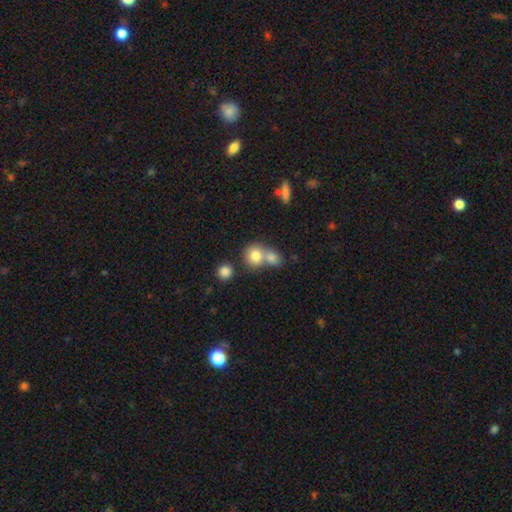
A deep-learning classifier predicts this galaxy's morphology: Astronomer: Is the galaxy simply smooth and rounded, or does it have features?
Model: smooth — 79%.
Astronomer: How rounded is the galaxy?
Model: round — 76%.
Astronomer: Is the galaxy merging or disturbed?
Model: merger — 55% (runner-up: none, 35%).